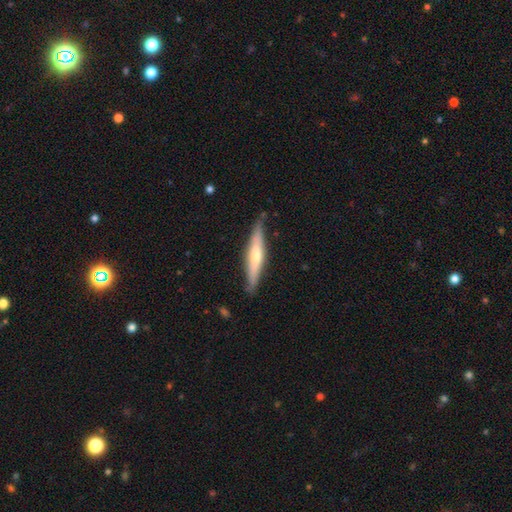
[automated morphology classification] The model was most divided on "smooth or featured": featured or disk: 50%, smooth: 44%, star or artifact: 5%. More confident: edge-on disk — yes (92%); merging — none (84%).